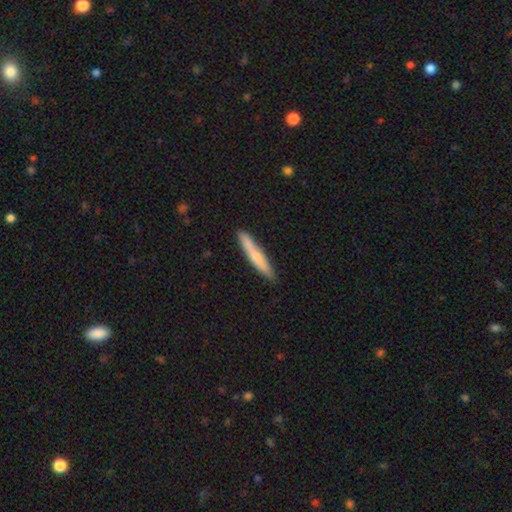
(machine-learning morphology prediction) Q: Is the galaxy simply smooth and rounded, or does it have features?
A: smooth — 64%.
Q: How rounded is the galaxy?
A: cigar-shaped — 94%.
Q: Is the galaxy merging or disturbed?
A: none — 86%.